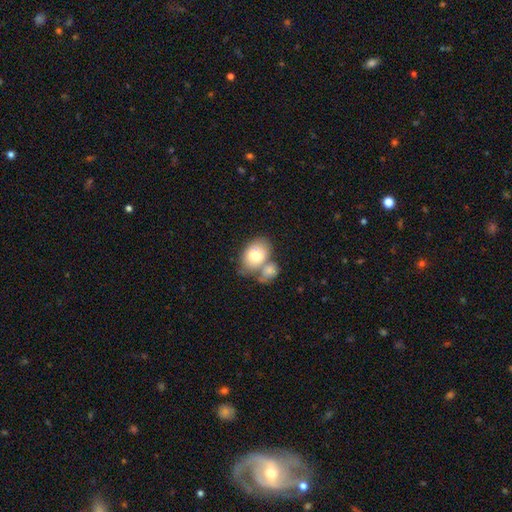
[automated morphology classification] The model was most divided on "merging": merger: 49%, none: 33%, minor disturbance: 13%, major disturbance: 6%. More confident: how rounded — in between (76%); smooth or featured — smooth (75%).